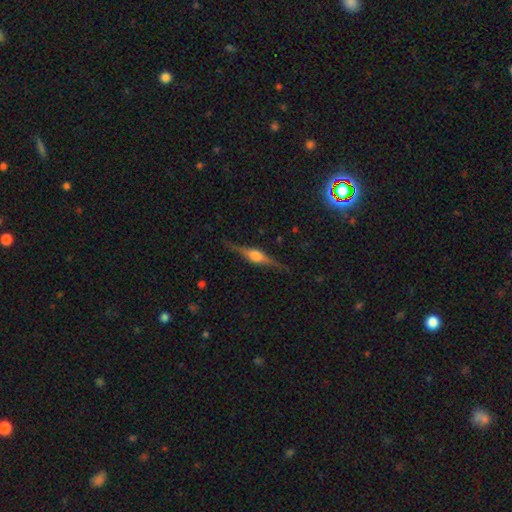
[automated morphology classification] The model was most divided on "smooth or featured": featured or disk: 80%, smooth: 13%, star or artifact: 7%. More confident: edge-on disk — yes (98%); edge-on bulge — rounded (90%); merging — none (87%).